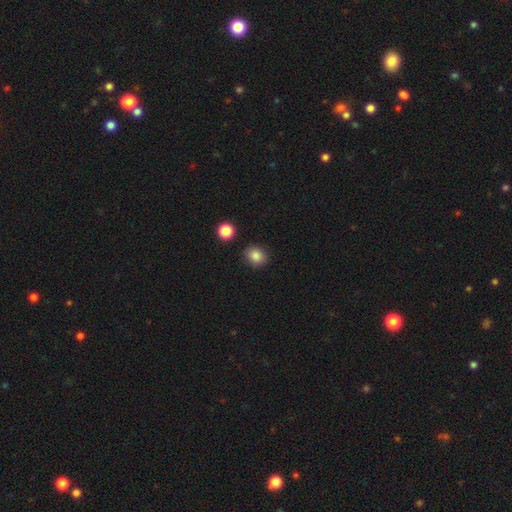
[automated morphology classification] type=smooth (86%); roundness=round (70%); merging=none (87%).